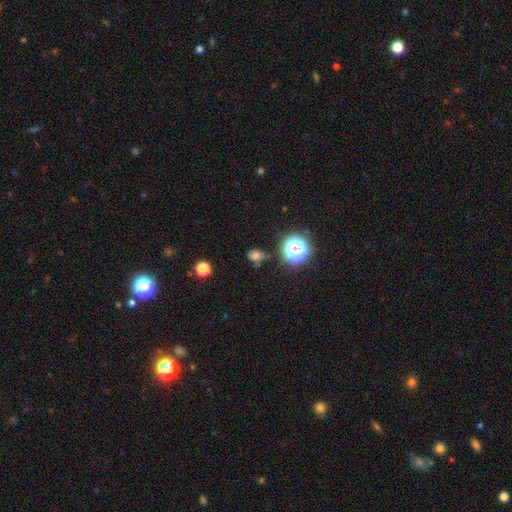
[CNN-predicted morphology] smooth_or_featured: smooth (p=0.64) [alt: star or artifact p=0.24]
how_rounded: round (p=0.52) [alt: in between p=0.47]
merging: none (p=0.62) [alt: minor disturbance p=0.22]